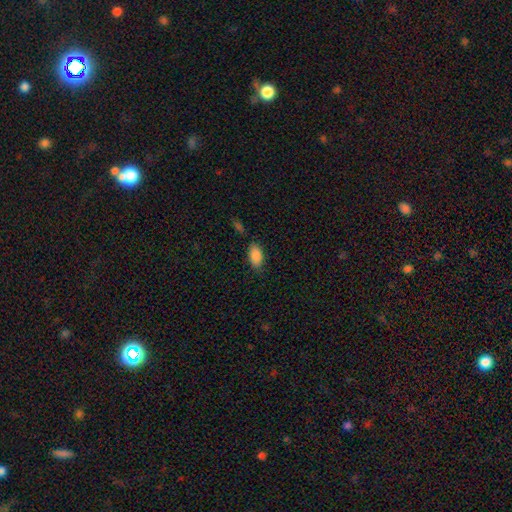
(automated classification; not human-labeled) Q: Smooth or featured?
A: smooth (87%); runner-up: star or artifact (7%)
Q: How rounded?
A: in between (93%); runner-up: cigar-shaped (4%)
Q: Merging?
A: none (78%); runner-up: minor disturbance (15%)